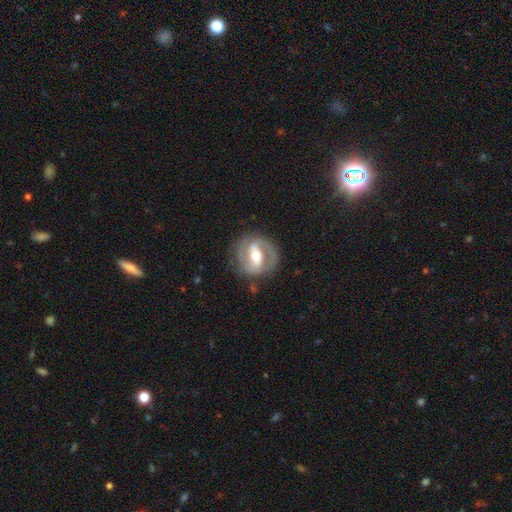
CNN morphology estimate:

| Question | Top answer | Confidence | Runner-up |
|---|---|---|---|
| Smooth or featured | featured or disk | 83% | smooth (12%) |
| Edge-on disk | no | 97% | yes (3%) |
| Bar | strong | 50% | weak (36%) |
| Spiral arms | yes | 90% | no (10%) |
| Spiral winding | medium | 47% | tight (38%) |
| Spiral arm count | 2 | 83% | 1 (7%) |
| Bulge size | moderate | 68% | small (22%) |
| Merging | none | 78% | minor disturbance (13%) |